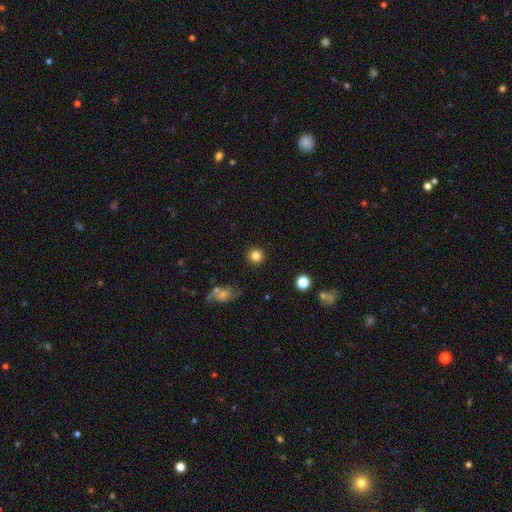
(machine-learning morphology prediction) smooth 83%, star or artifact 12%, featured or disk 5%. Down the decision tree: how rounded — round (93%); merging — none (91%).